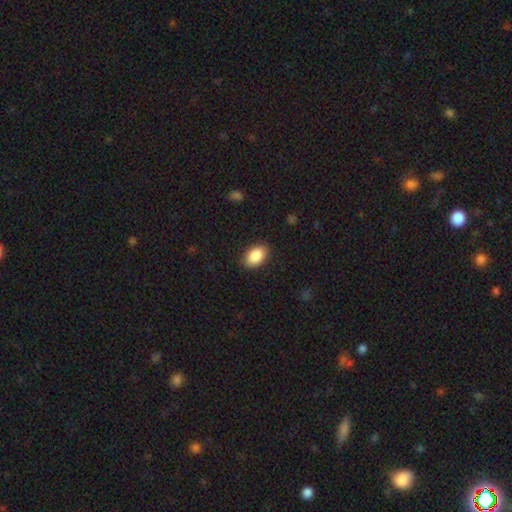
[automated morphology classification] This is clearly a smooth galaxy (89%). How rounded: clearly in between (89%). Merging: clearly none (88%).